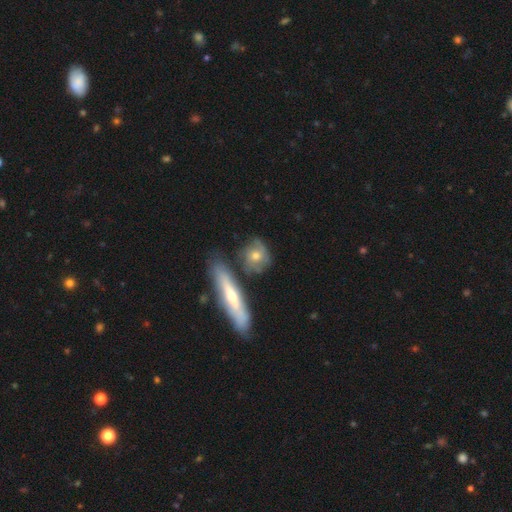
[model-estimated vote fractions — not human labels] smooth-or-featured: featured or disk: 50% | smooth: 43% | star or artifact: 7%
  merging: none: 62% | minor disturbance: 19% | merger: 11% | major disturbance: 8%